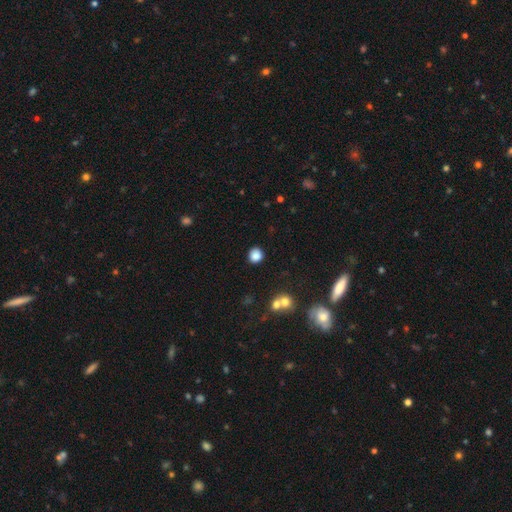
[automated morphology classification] This appears to be a smooth galaxy with no disk features (85%) that is round (87%). Merging: none (87%).